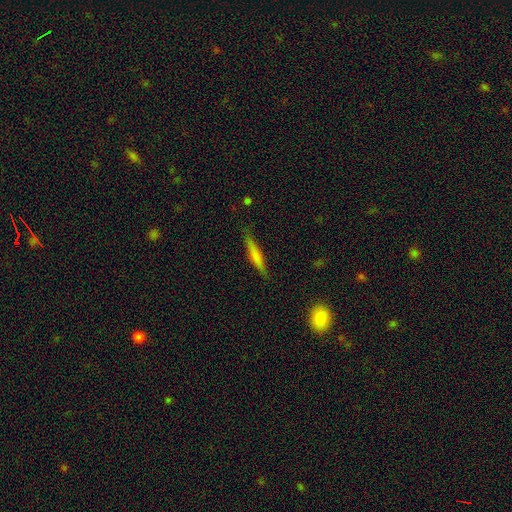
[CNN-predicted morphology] smooth_or_featured: smooth (p=0.67) [alt: featured or disk p=0.26]
how_rounded: cigar-shaped (p=0.90) [alt: in between p=0.08]
merging: none (p=0.86) [alt: minor disturbance p=0.11]